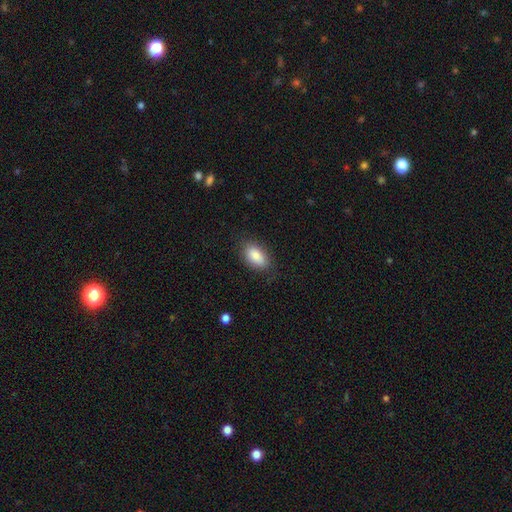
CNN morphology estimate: A smooth galaxy with no disk features (85%) that is in between round and cigar-shaped (91%).

Vote fractions:
- Smooth or featured? smooth: 85% / featured or disk: 8% / star or artifact: 7%
- How rounded? in between: 91% / round: 5% / cigar-shaped: 3%
- Merging? none: 80% / minor disturbance: 15% / major disturbance: 4% / merger: 1%